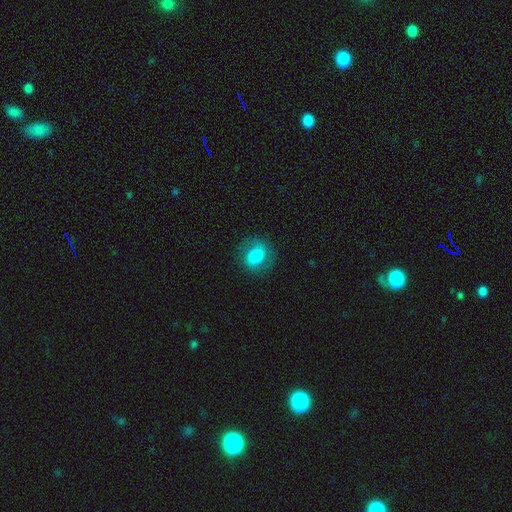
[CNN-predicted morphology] The model was most divided on "smooth or featured": smooth: 59%, featured or disk: 32%, star or artifact: 9%. More confident: merging — none (79%); how rounded — round (68%).